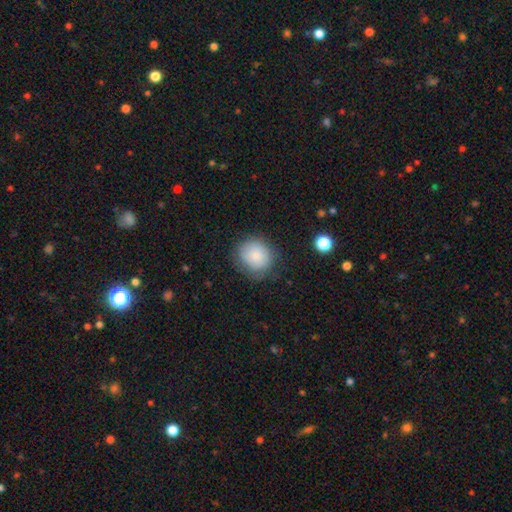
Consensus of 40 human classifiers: This is clearly a smooth galaxy (95%). How rounded: likely round (79%). Merging: likely none (63%).